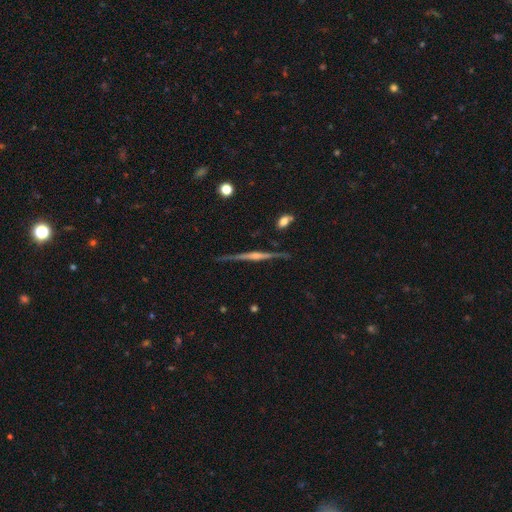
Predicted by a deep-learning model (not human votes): A featured or disk galaxy (77%) viewed edge-on (97%) with a rounded central bulge (71%).

Vote fractions:
- Smooth or featured? featured or disk: 77% / smooth: 13% / star or artifact: 10%
- Edge-on disk? yes: 97% / no: 3%
- Edge-on bulge? rounded: 71% / none: 18% / boxy: 11%
- Merging? none: 87% / minor disturbance: 8% / major disturbance: 3% / merger: 3%